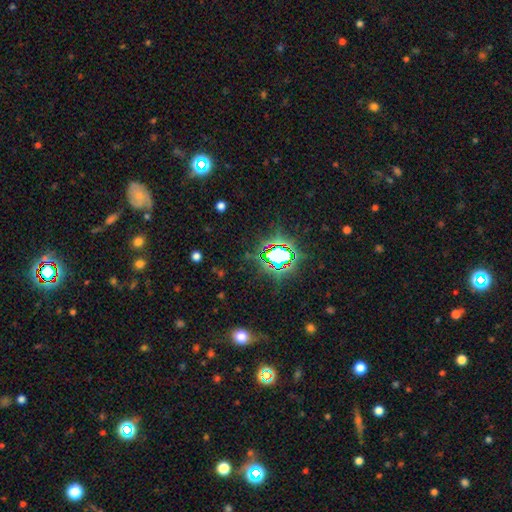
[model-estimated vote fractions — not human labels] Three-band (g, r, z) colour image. It shows a star or artifact, not a galaxy (80%).